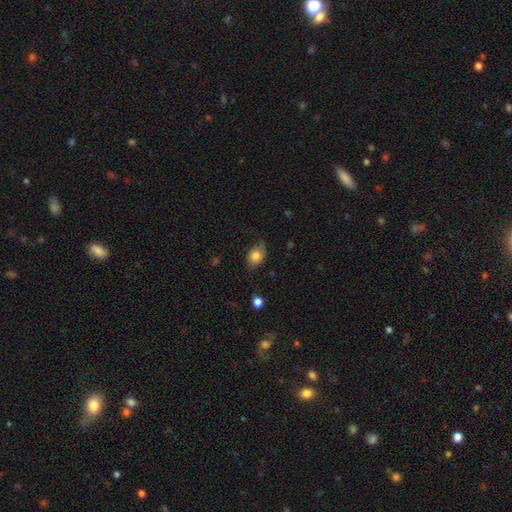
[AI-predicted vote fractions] A smooth galaxy with no disk features (75%) that is in between round and cigar-shaped (65%). Merging: none (59%).